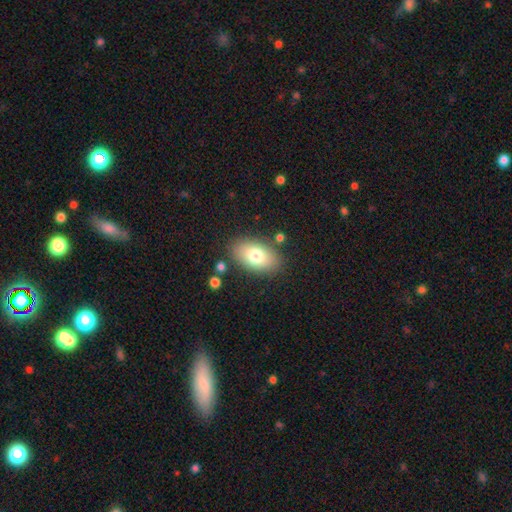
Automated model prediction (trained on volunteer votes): smooth_or_featured: smooth (p=0.76) [alt: featured or disk p=0.16]
how_rounded: in between (p=0.90) [alt: round p=0.08]
merging: none (p=0.83) [alt: minor disturbance p=0.11]